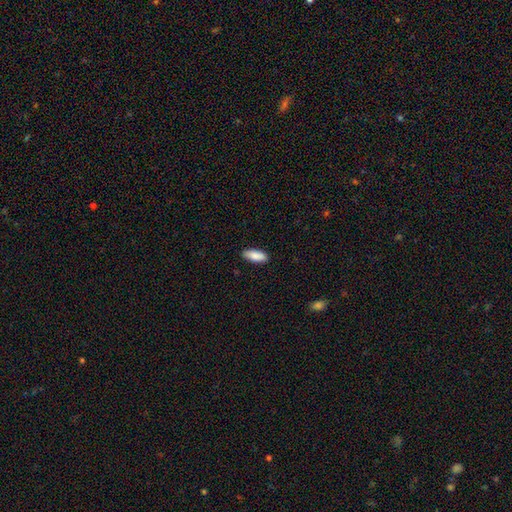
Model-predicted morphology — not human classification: Smooth or featured: smooth — 88% (featured or disk — 6%)
How rounded: in between — 79% (cigar-shaped — 20%)
Merging: none — 88% (minor disturbance — 9%)